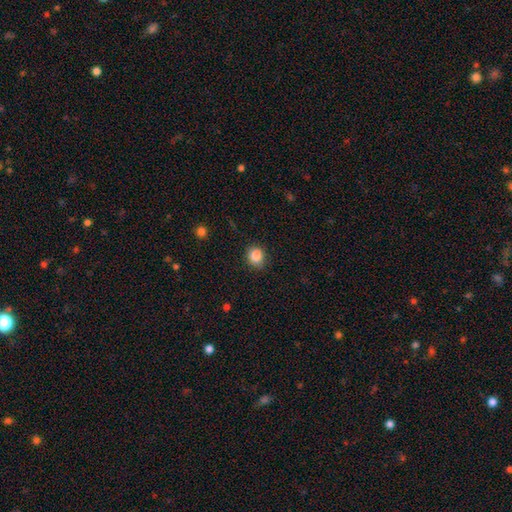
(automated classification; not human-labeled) A smooth galaxy with no disk features (86%) that is round (71%).

Vote fractions:
- Smooth or featured? smooth: 86% / star or artifact: 10% / featured or disk: 4%
- How rounded? round: 71% / in between: 28% / cigar-shaped: 1%
- Merging? none: 81% / minor disturbance: 14% / major disturbance: 3% / merger: 2%